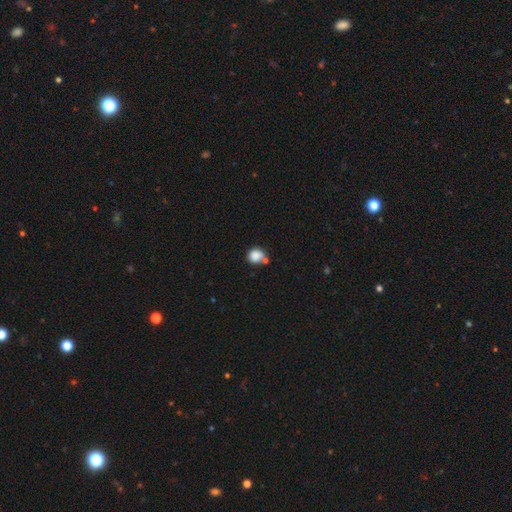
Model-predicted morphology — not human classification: Overall: smooth (84%). How rounded: round (80%). Merging: none (51%; merger 27%).